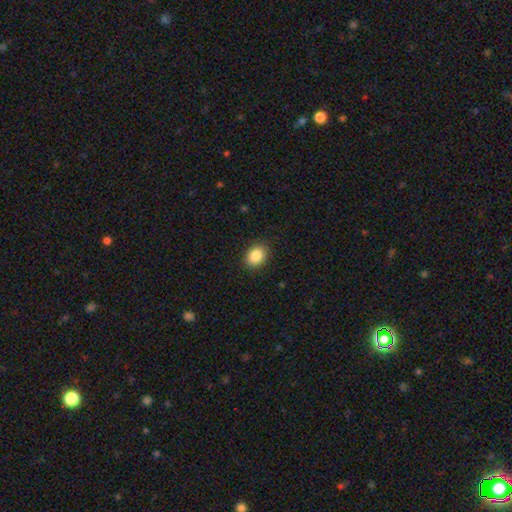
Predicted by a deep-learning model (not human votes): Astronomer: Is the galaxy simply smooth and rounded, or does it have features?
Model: smooth — 87%.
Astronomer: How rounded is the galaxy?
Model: in between — 62% (runner-up: round, 37%).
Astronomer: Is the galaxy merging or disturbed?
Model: none — 89%.